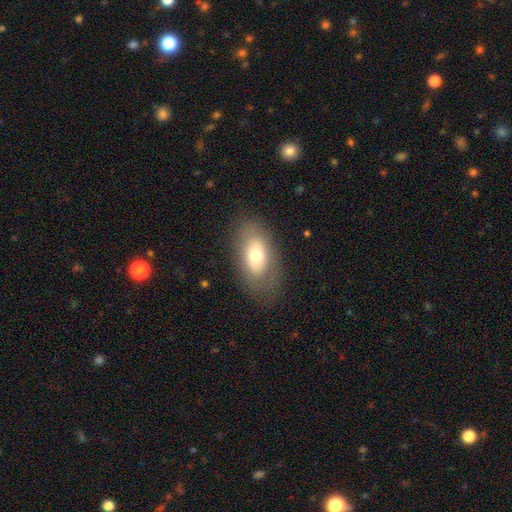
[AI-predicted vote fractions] This appears to be a smooth galaxy with no disk features (63%) that is in between round and cigar-shaped (89%). Merging: none (78%).